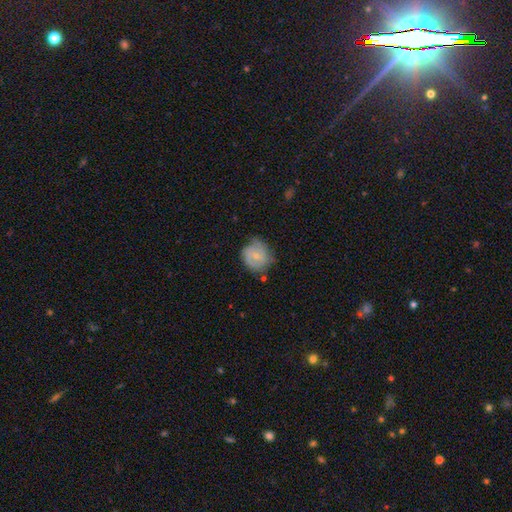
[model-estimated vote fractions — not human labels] Q: Smooth or featured?
A: featured or disk (48%); runner-up: smooth (45%)
Q: Merging?
A: none (55%); runner-up: minor disturbance (33%)